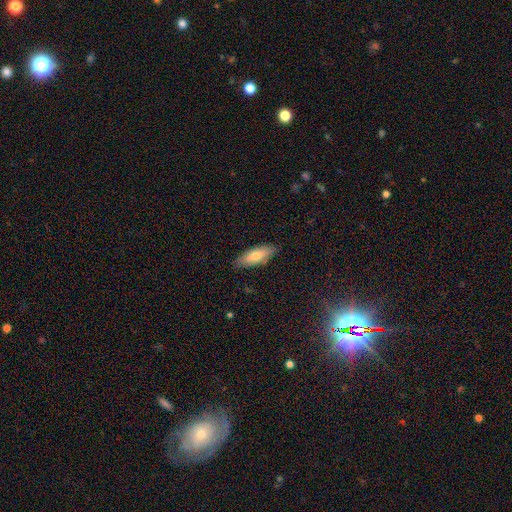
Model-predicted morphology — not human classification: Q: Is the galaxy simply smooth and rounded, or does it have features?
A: smooth — 69%.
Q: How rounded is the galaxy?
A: in between — 65%.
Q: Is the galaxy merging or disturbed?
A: none — 85%.